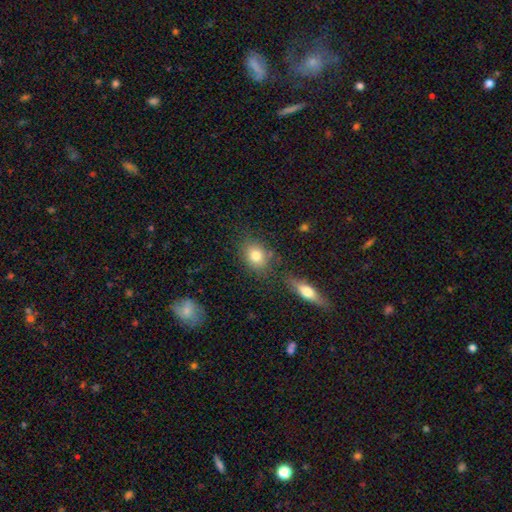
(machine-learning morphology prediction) Smooth or featured: smooth — 80% (featured or disk — 10%)
How rounded: round — 51% (in between — 47%)
Merging: none — 74% (minor disturbance — 13%)